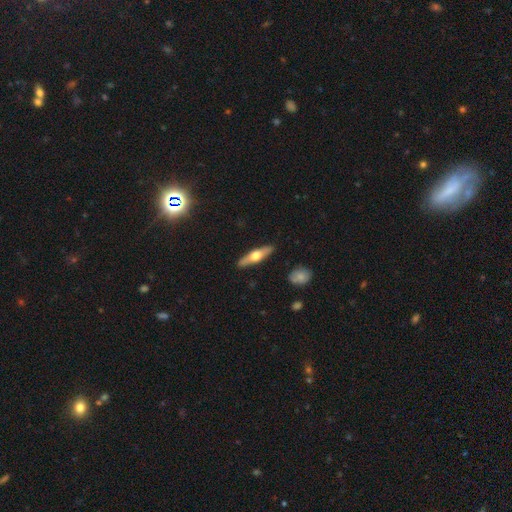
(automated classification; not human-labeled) smooth-or-featured: featured or disk: 55% | smooth: 39% | star or artifact: 5%
  disk-edge-on: yes: 92% | no: 8%
    edge-on-bulge: rounded: 94% | boxy: 3% | none: 3%
  merging: none: 90% | minor disturbance: 7% | major disturbance: 2% | merger: 1%